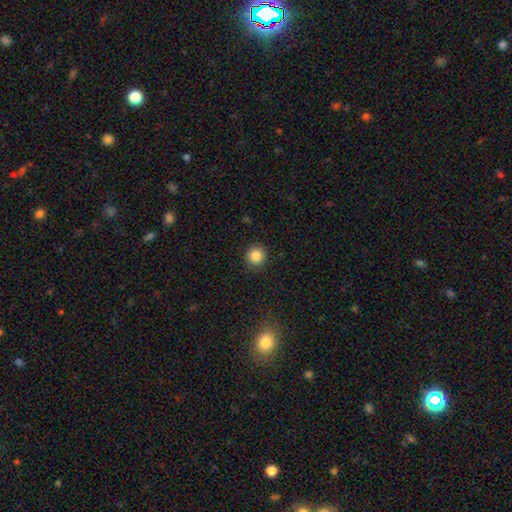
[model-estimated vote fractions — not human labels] A smooth galaxy with no disk features (85%) that is round (93%).

Vote fractions:
- Smooth or featured? smooth: 85% / star or artifact: 10% / featured or disk: 5%
- How rounded? round: 93% / in between: 6% / cigar-shaped: 1%
- Merging? none: 91% / minor disturbance: 6% / major disturbance: 2% / merger: 1%